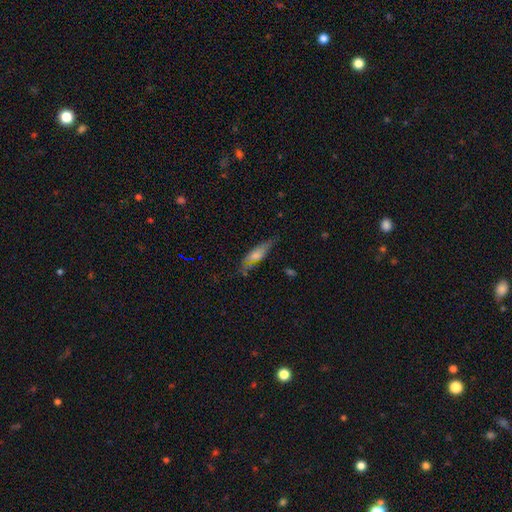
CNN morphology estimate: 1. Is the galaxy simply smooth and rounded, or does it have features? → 65% smooth, 28% featured or disk, 8% star or artifact.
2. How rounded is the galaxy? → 56% cigar-shaped, 41% in between, 2% round.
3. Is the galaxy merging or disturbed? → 61% none, 27% minor disturbance, 9% major disturbance, 3% merger.